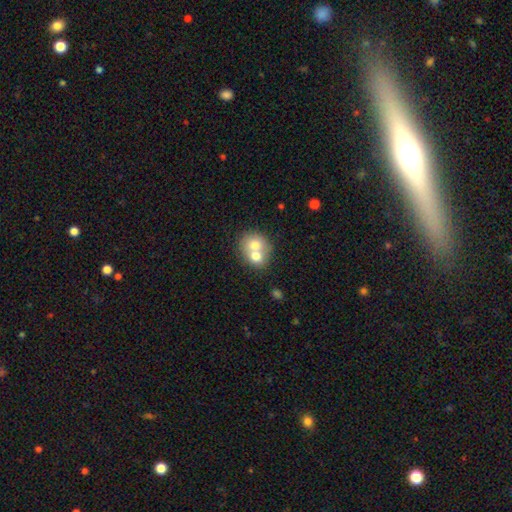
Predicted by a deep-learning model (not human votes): This is likely a smooth galaxy (67%). How rounded: likely round (68%). Merging: likely merger (67%).